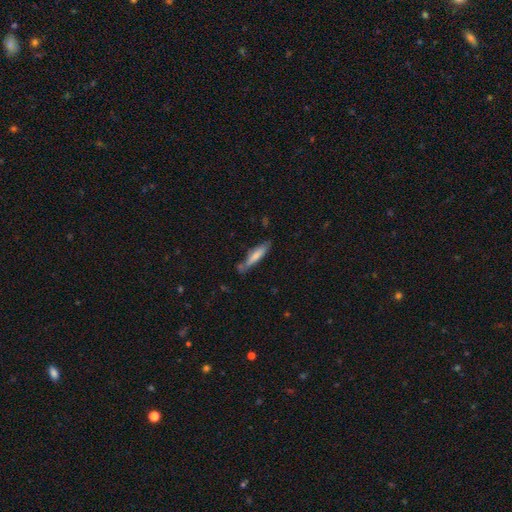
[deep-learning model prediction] This appears to be a smooth galaxy with no disk features (70%) that is cigar-shaped (82%). Merging: none (66%).